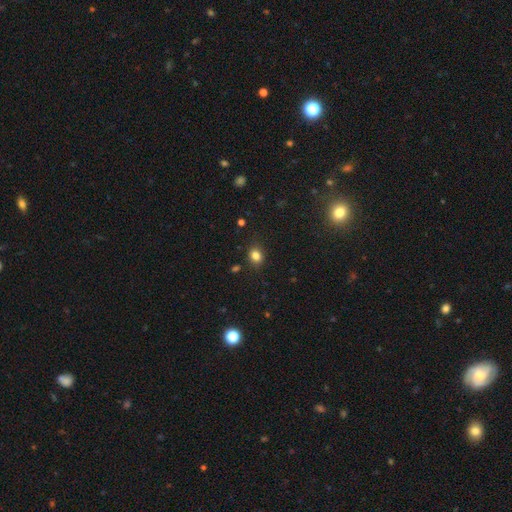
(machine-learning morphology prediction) A smooth galaxy with no disk features (82%) that is round (58%). Merging: none (85%).